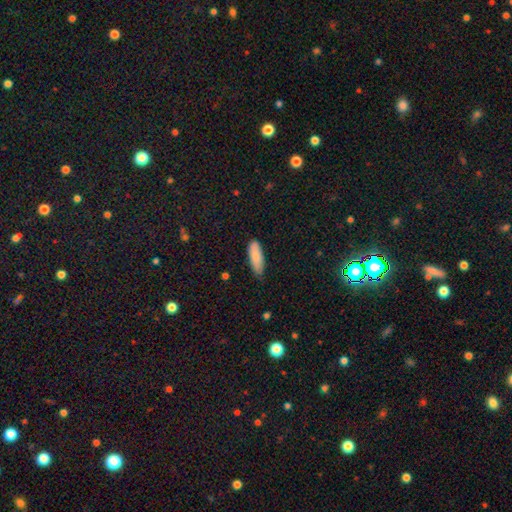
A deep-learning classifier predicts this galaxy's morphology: Smooth or featured? Predicted: smooth (p=0.84). How rounded? Predicted: in between (p=0.59). Merging? Predicted: none (p=0.74).